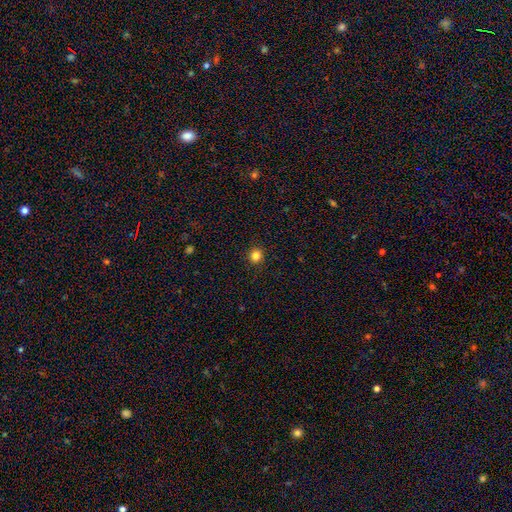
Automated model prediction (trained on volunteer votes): smooth 83%, star or artifact 13%, featured or disk 5%. Down the decision tree: how rounded — round (90%); merging — none (91%).